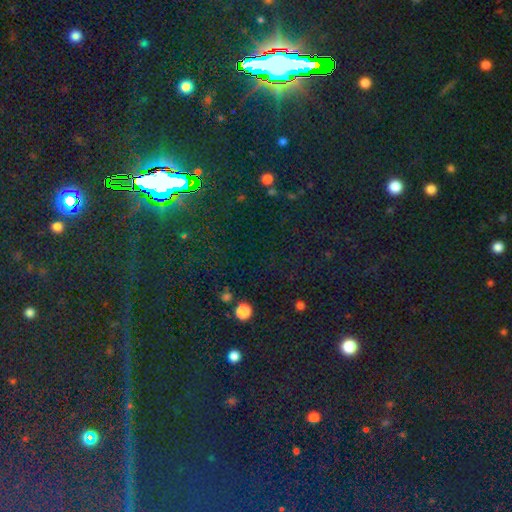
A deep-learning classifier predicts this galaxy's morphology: A star or artifact, not a galaxy (82%).

Vote fractions:
- Smooth or featured? star or artifact: 82% / smooth: 11% / featured or disk: 7%